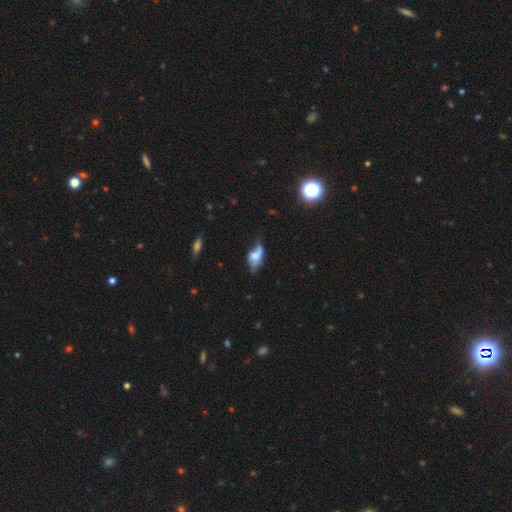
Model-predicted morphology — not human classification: A smooth galaxy with no disk features (49%). Merging: minor disturbance (34%).